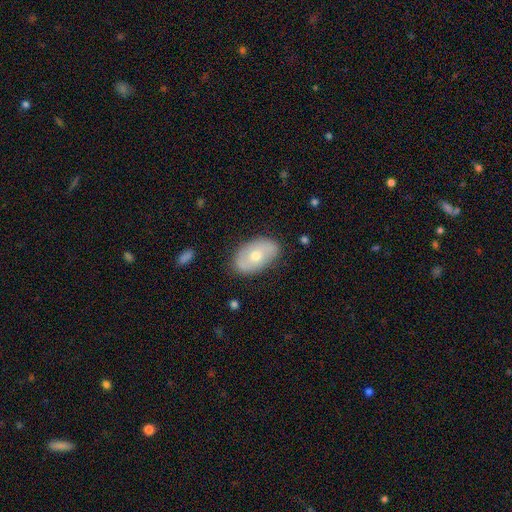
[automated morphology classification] Smooth or featured? Predicted: smooth (p=0.55). How rounded? Predicted: in between (p=0.90). Merging? Predicted: none (p=0.81).